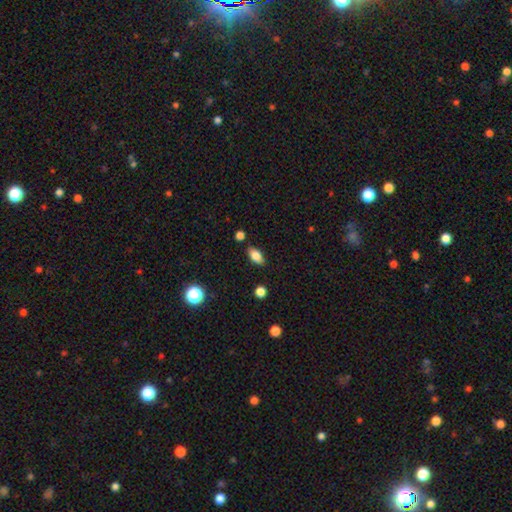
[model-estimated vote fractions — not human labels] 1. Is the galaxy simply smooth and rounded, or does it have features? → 78% smooth, 13% featured or disk, 9% star or artifact.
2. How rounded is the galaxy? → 88% in between, 7% cigar-shaped, 5% round.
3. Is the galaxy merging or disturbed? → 84% none, 10% minor disturbance, 3% merger, 2% major disturbance.